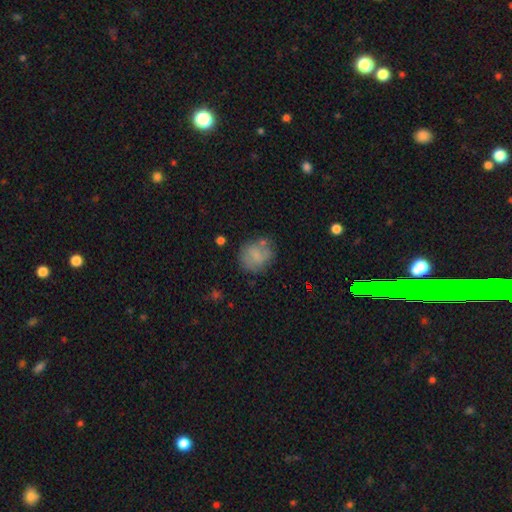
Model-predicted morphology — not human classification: Smooth or featured? Predicted: smooth (p=0.67). How rounded? Predicted: round (p=0.72). Merging? Predicted: none (p=0.63).